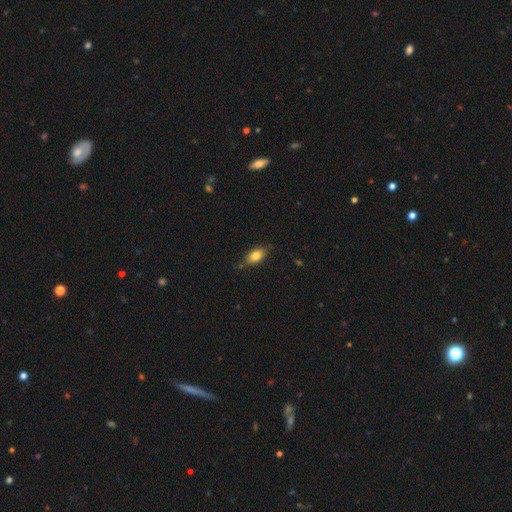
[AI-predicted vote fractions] Morphology: type=smooth (79%); roundness=in between (87%); merging=none (77%).